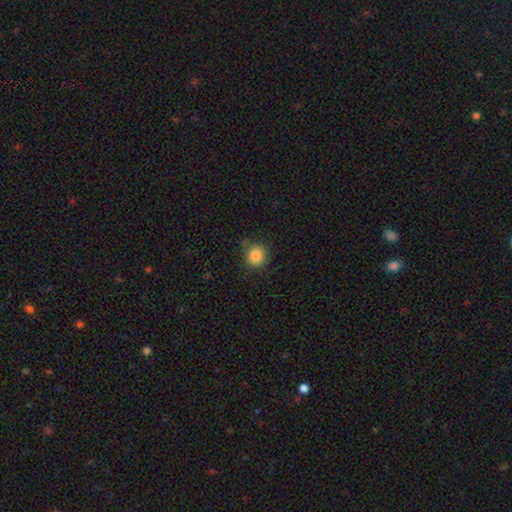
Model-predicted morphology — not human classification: Q: Smooth or featured?
A: smooth (86%); runner-up: star or artifact (10%)
Q: How rounded?
A: round (89%); runner-up: in between (10%)
Q: Merging?
A: none (83%); runner-up: minor disturbance (12%)